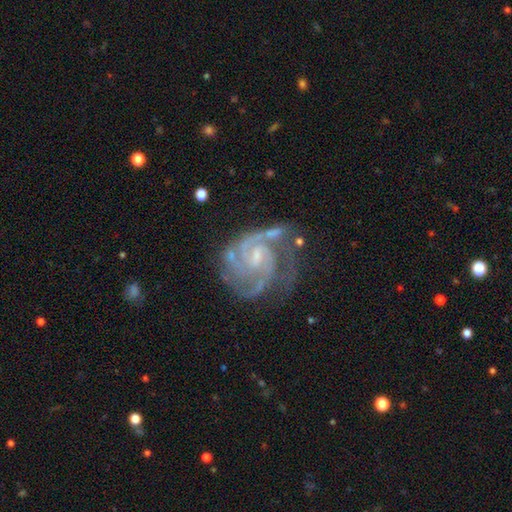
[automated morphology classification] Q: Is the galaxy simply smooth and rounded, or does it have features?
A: featured or disk — 90%.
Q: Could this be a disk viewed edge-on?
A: no — 98%.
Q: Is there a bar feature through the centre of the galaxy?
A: weak — 52%.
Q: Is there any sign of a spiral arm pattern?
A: yes — 98%.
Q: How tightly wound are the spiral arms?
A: tight — 56%.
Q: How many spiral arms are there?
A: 2 — 38%.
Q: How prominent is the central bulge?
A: small — 62%.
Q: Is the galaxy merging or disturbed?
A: none — 53%.